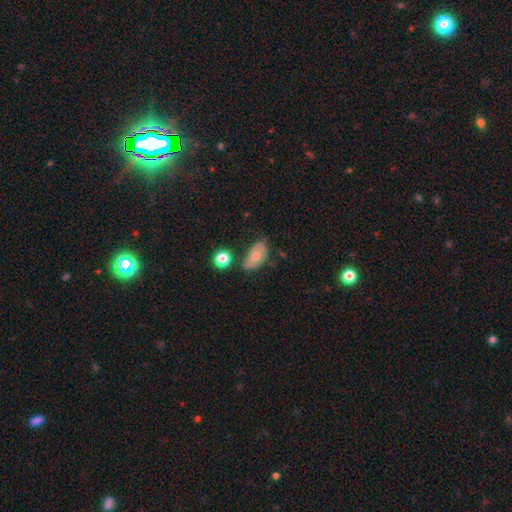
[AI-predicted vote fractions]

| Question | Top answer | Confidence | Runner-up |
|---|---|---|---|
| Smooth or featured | smooth | 64% | featured or disk (28%) |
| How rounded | in between | 88% | round (9%) |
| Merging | none | 53% | minor disturbance (28%) |